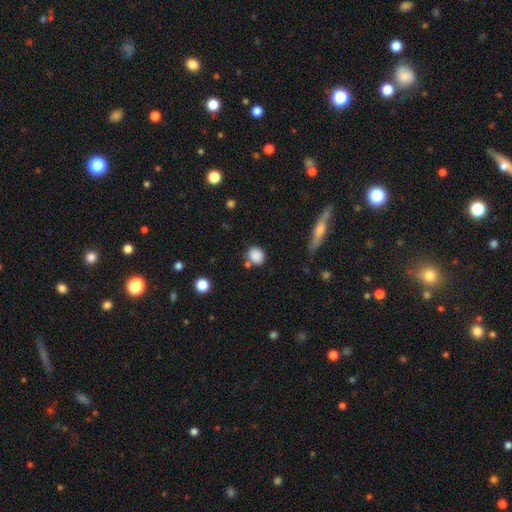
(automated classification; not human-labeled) This appears to be a smooth galaxy with no disk features (86%) that is round (68%). Merging: none (70%).